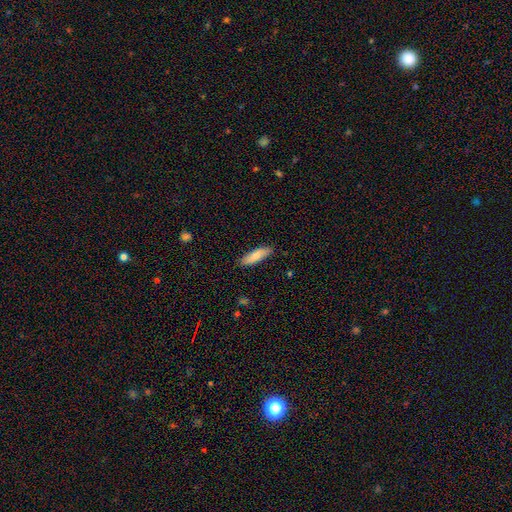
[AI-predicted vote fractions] A smooth galaxy with no disk features (81%) that is in between round and cigar-shaped (50%).

Vote fractions:
- Smooth or featured? smooth: 81% / featured or disk: 13% / star or artifact: 6%
- How rounded? in between: 50% / cigar-shaped: 48% / round: 2%
- Merging? none: 86% / minor disturbance: 11% / major disturbance: 2% / merger: 1%